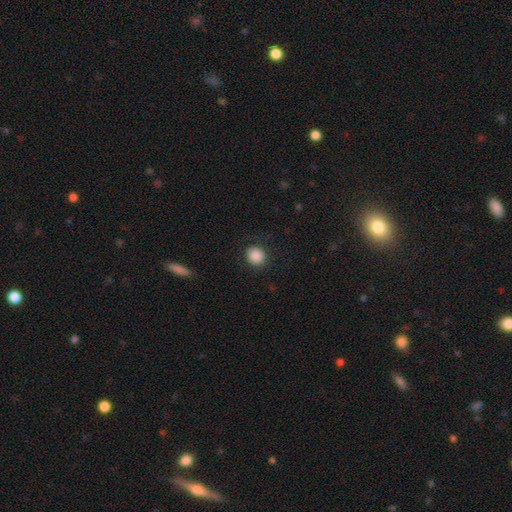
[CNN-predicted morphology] This appears to be a smooth galaxy with no disk features (89%) that is round (83%). Merging: none (88%).